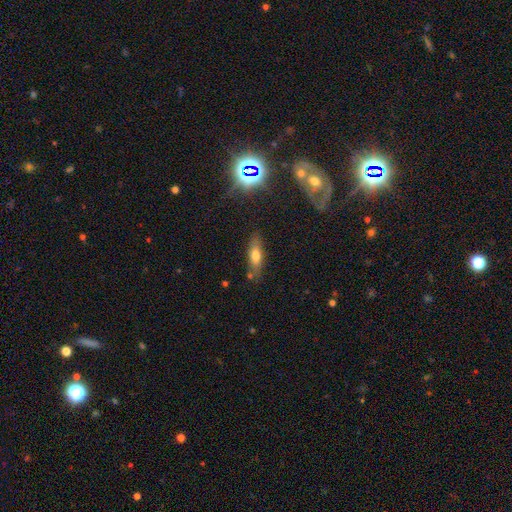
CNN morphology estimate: type=smooth (64%); roundness=in between (49%); merging=none (77%).